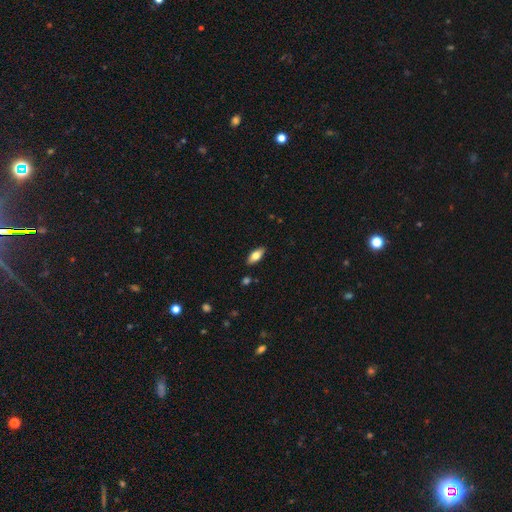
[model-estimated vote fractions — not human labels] This is likely a smooth galaxy (70%). How rounded: clearly in between (83%). Merging: clearly none (88%).